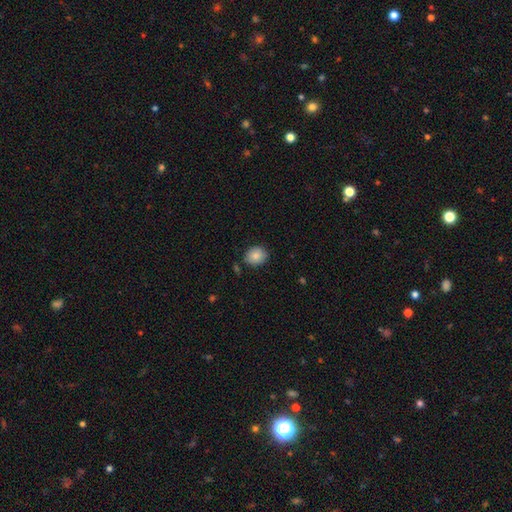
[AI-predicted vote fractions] Smooth or featured: smooth — 85% (star or artifact — 8%)
How rounded: round — 60% (in between — 39%)
Merging: none — 83% (minor disturbance — 11%)